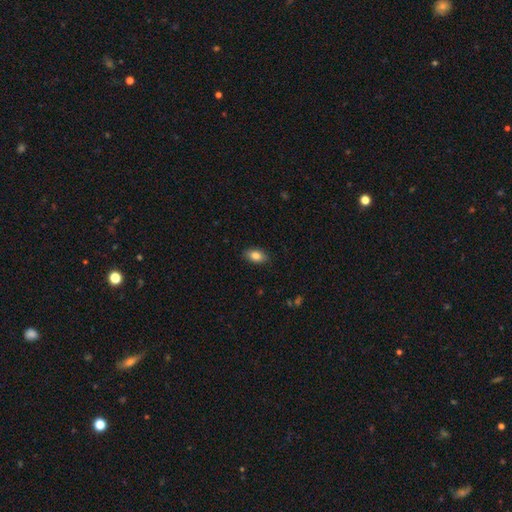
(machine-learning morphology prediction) Smooth or featured?
  - smooth: 84% *
  - featured or disk: 8%
  - star or artifact: 8%
How rounded?
  - in between: 90% *
  - round: 8%
  - cigar-shaped: 2%
Merging?
  - none: 87% *
  - minor disturbance: 10%
  - major disturbance: 2%
  - merger: 1%